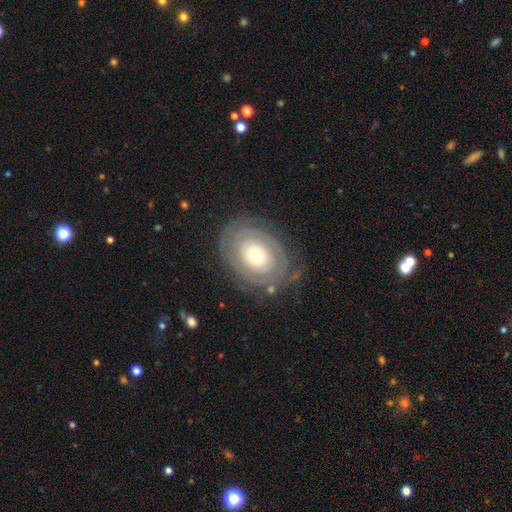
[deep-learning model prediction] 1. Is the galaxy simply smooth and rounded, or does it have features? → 69% featured or disk, 25% smooth, 6% star or artifact.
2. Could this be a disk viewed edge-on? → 95% no, 5% yes.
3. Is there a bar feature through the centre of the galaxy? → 88% no, 9% weak, 3% strong.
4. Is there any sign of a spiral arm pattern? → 60% yes, 40% no.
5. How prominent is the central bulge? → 48% moderate, 44% small, 5% large, 1% dominant, 1% none.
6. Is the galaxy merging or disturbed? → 77% none, 14% minor disturbance, 7% major disturbance, 2% merger.